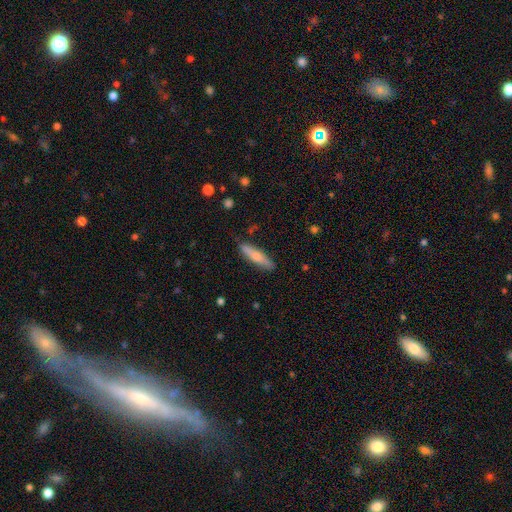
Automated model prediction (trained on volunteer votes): smooth-or-featured: smooth: 64% | featured or disk: 30% | star or artifact: 5%
  how-rounded: cigar-shaped: 83% | in between: 15% | round: 2%
  merging: none: 85% | minor disturbance: 11% | major disturbance: 2% | merger: 2%